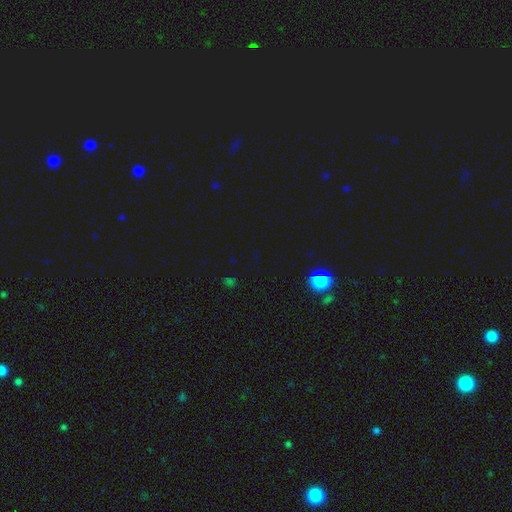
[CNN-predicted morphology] This is likely a star or artifact rather than a galaxy (73%).